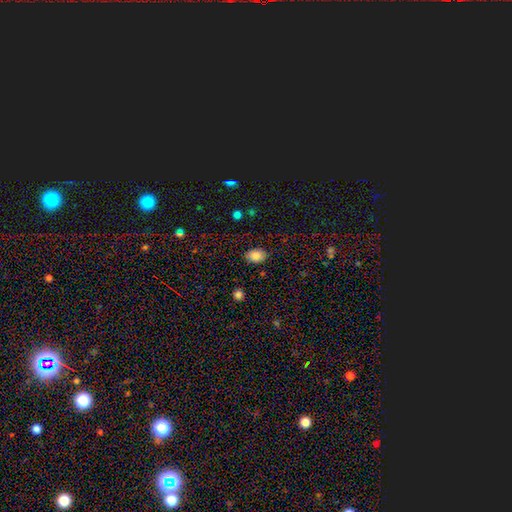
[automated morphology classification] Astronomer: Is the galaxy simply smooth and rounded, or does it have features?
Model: smooth — 84%.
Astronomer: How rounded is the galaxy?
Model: in between — 77%.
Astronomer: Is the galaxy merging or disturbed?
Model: none — 86%.